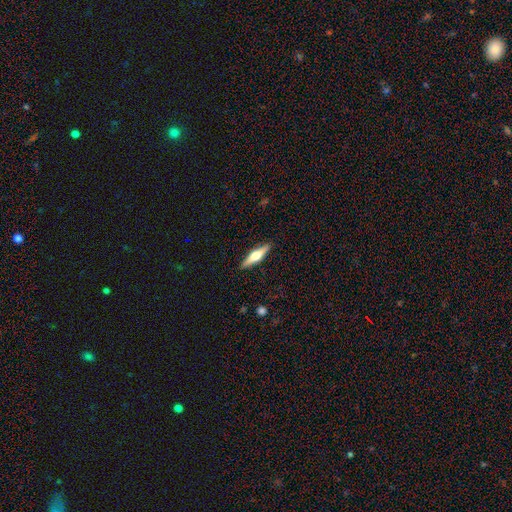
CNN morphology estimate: This appears to be a featured or disk galaxy (60%) viewed edge-on (96%) with a rounded central bulge (93%). Merging: none (90%).